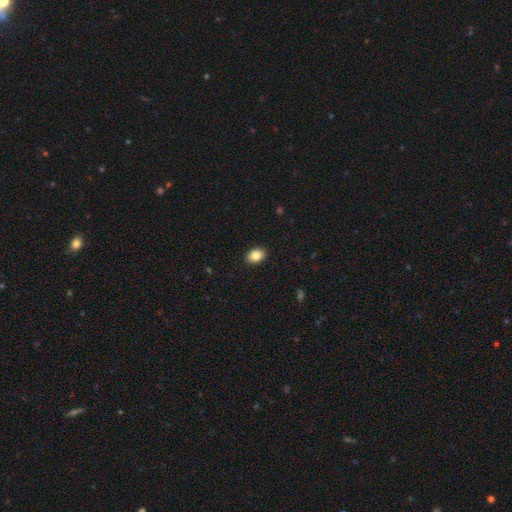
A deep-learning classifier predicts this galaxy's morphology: A smooth galaxy with no disk features (85%) that is in between round and cigar-shaped (76%).

Vote fractions:
- Smooth or featured? smooth: 85% / star or artifact: 8% / featured or disk: 6%
- How rounded? in between: 76% / round: 23% / cigar-shaped: 1%
- Merging? none: 90% / minor disturbance: 7% / major disturbance: 2% / merger: 1%